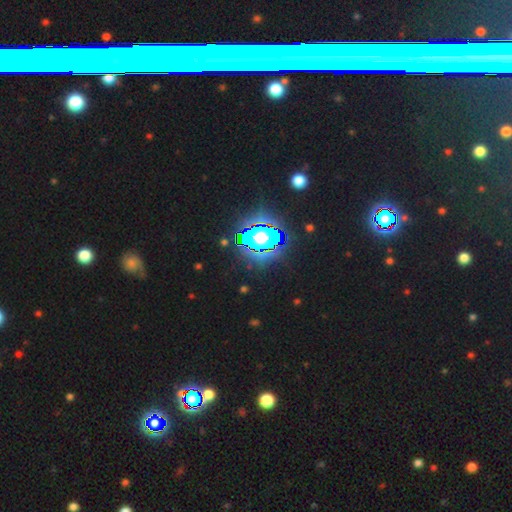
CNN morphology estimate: The model was most divided on "smooth or featured": star or artifact: 76%, smooth: 13%, featured or disk: 11%.